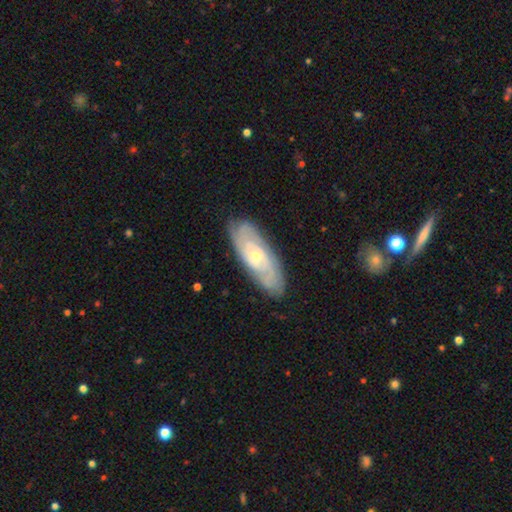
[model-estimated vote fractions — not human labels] featured or disk 79%, smooth 15%, star or artifact 5%. Down the decision tree: edge-on disk — no (87%); bar — no (71%); spiral arms — yes (92%); spiral arm count — can't tell (43%); spiral winding — tight (72%); bulge size — small (60%); merging — none (81%).